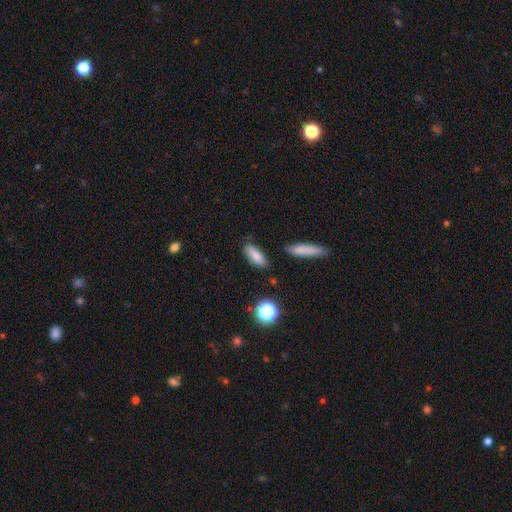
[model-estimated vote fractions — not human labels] A smooth galaxy with no disk features (83%) that is in between round and cigar-shaped (62%).

Vote fractions:
- Smooth or featured? smooth: 83% / featured or disk: 9% / star or artifact: 9%
- How rounded? in between: 62% / cigar-shaped: 35% / round: 3%
- Merging? none: 80% / minor disturbance: 13% / merger: 4% / major disturbance: 3%